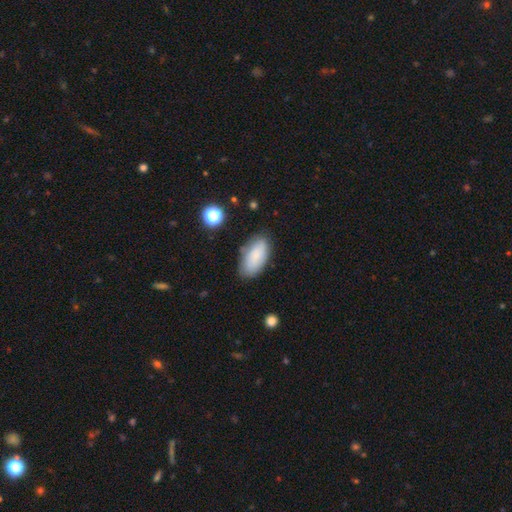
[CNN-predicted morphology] Q: Smooth or featured?
A: smooth (78%); runner-up: featured or disk (14%)
Q: How rounded?
A: in between (93%); runner-up: cigar-shaped (5%)
Q: Merging?
A: none (76%); runner-up: minor disturbance (17%)